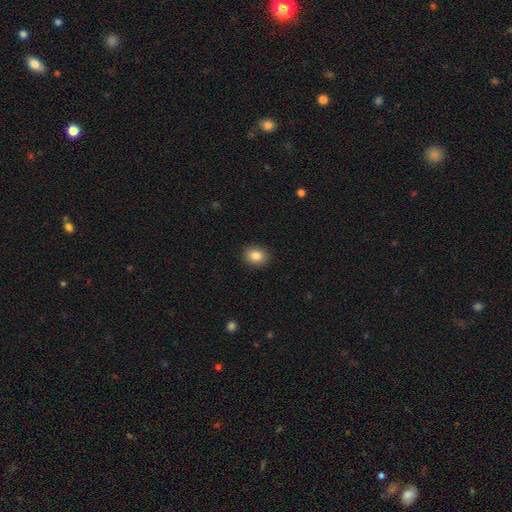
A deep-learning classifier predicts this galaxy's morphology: The model was most divided on "how rounded": round: 55%, in between: 44%, cigar-shaped: 1%. More confident: merging — none (91%); smooth or featured — smooth (85%).